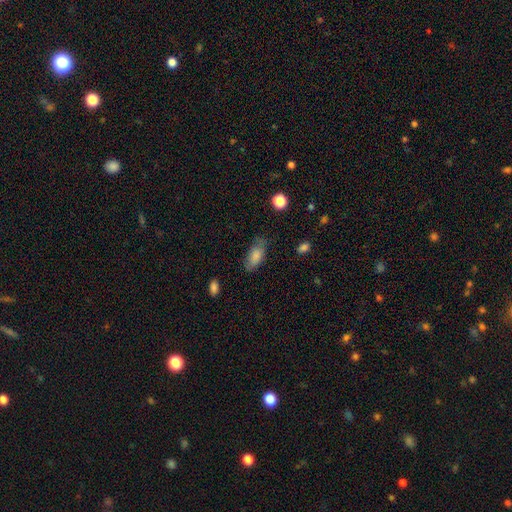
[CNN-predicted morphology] smooth 82%, featured or disk 11%, star or artifact 8%. Down the decision tree: how rounded — in between (88%); merging — none (65%).